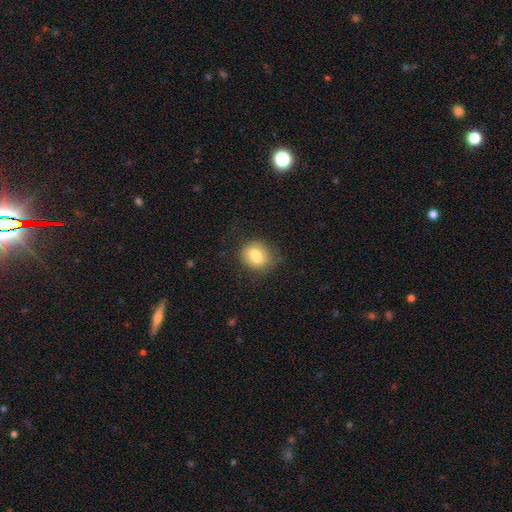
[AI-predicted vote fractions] smooth_or_featured: smooth (p=0.79) [alt: featured or disk p=0.11]
how_rounded: round (p=0.63) [alt: in between p=0.36]
merging: none (p=0.79) [alt: minor disturbance p=0.16]